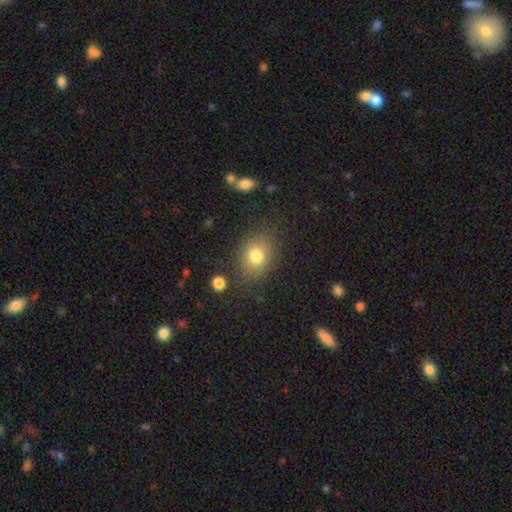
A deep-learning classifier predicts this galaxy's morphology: A smooth galaxy with no disk features (78%) that is in between round and cigar-shaped (57%).

Vote fractions:
- Smooth or featured? smooth: 78% / star or artifact: 12% / featured or disk: 10%
- How rounded? in between: 57% / round: 42% / cigar-shaped: 1%
- Merging? none: 80% / minor disturbance: 13% / major disturbance: 5% / merger: 3%